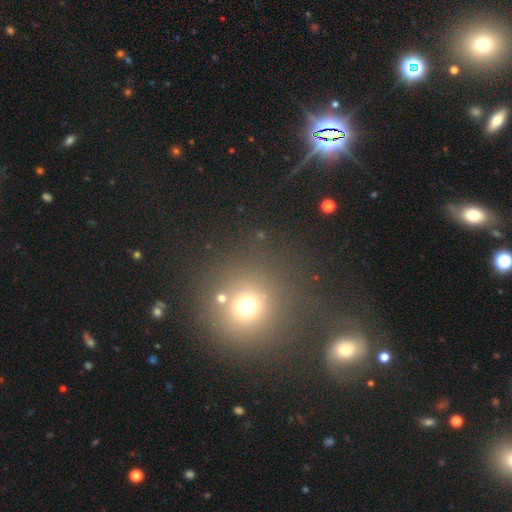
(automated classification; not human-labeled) Q: Smooth or featured?
A: smooth (47%); runner-up: star or artifact (43%)
Q: Merging?
A: none (77%); runner-up: merger (10%)